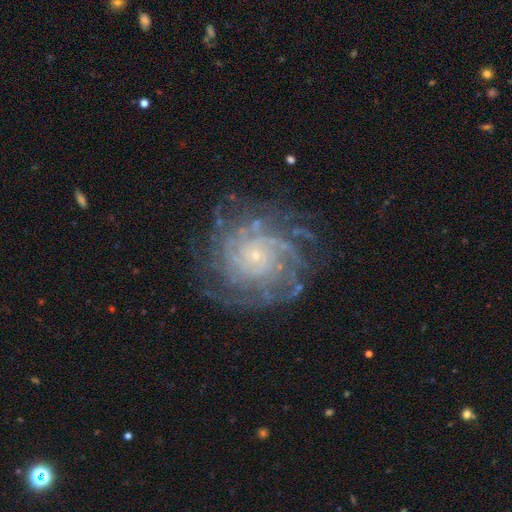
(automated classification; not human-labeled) Smooth or featured: featured or disk — 86% (star or artifact — 8%)
Edge-on disk: no — 97% (yes — 3%)
Bar: no — 81% (weak — 15%)
Spiral arms: yes — 97% (no — 3%)
Spiral winding: tight — 78% (medium — 19%)
Spiral arm count: more than 4 — 31% (can't tell — 23%)
Bulge size: small — 87% (moderate — 8%)
Merging: none — 77% (minor disturbance — 14%)